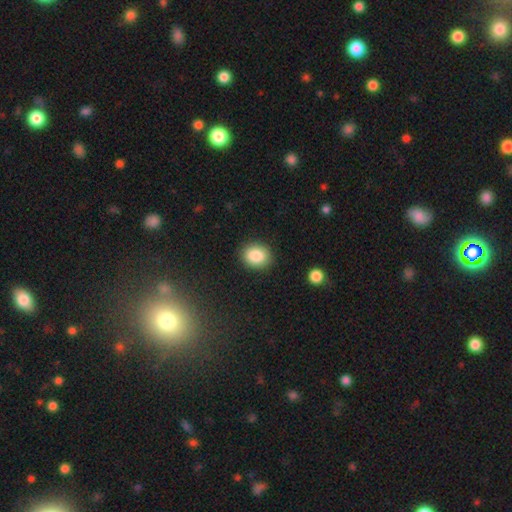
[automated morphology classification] Smooth or featured? smooth (86%)
How rounded? round (61%)
Merging? none (89%)